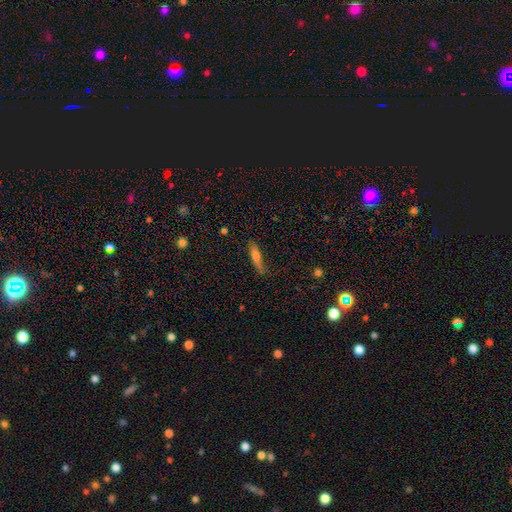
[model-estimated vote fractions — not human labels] A smooth galaxy with no disk features (47%).

Vote fractions:
- Smooth or featured? smooth: 47% / featured or disk: 41% / star or artifact: 11%
- Merging? none: 69% / minor disturbance: 22% / major disturbance: 7% / merger: 2%